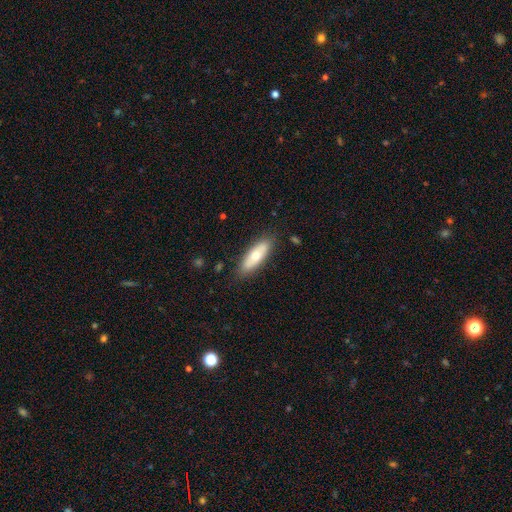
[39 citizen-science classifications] Q: Smooth or featured?
A: smooth (56%); runner-up: featured or disk (38%)
Q: How rounded?
A: in between (59%); runner-up: cigar-shaped (41%)
Q: Merging?
A: none (86%); runner-up: minor disturbance (14%)